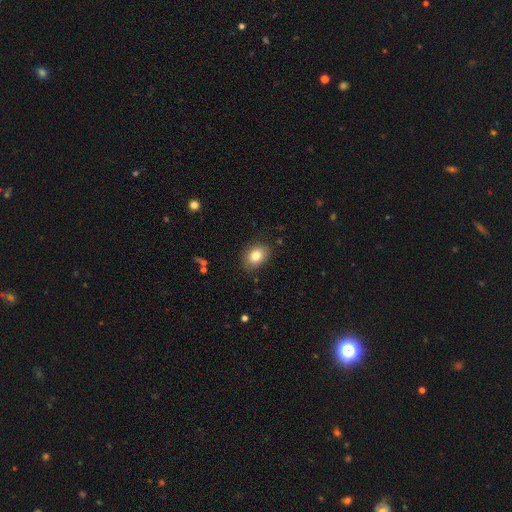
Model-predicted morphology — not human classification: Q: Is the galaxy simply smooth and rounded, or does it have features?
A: smooth — 82%.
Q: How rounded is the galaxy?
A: in between — 74%.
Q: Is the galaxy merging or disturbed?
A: none — 85%.